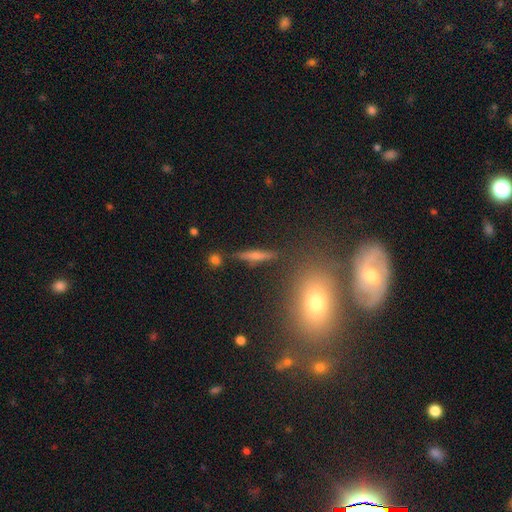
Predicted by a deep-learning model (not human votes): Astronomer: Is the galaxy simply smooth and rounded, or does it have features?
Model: smooth — 46% (runner-up: featured or disk, 43%).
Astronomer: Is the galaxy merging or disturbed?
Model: none — 81%.